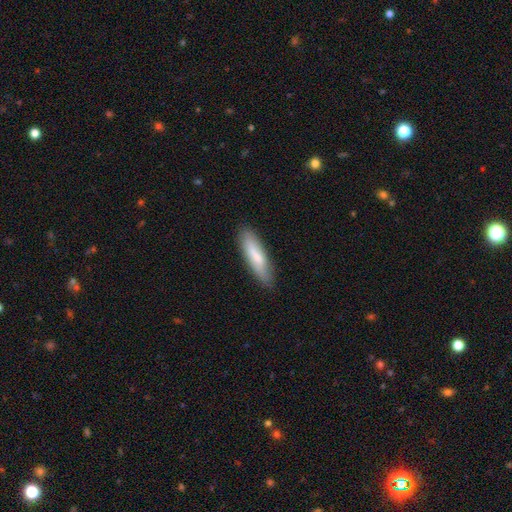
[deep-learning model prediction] A smooth galaxy with no disk features (74%) that is cigar-shaped (67%).

Vote fractions:
- Smooth or featured? smooth: 74% / featured or disk: 20% / star or artifact: 6%
- How rounded? cigar-shaped: 67% / in between: 31% / round: 1%
- Merging? none: 84% / minor disturbance: 13% / major disturbance: 2% / merger: 1%